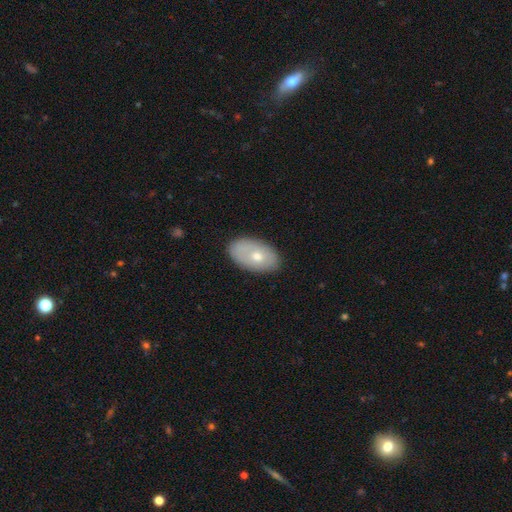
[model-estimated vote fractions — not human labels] A smooth galaxy with no disk features (65%) that is in between round and cigar-shaped (93%). Merging: none (82%).